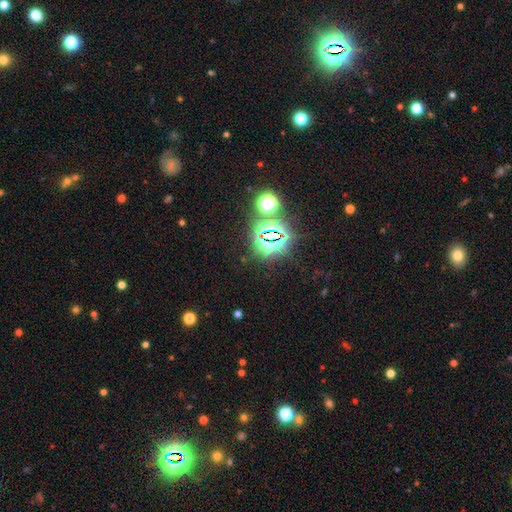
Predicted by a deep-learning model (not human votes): A star or artifact, not a galaxy (81%).